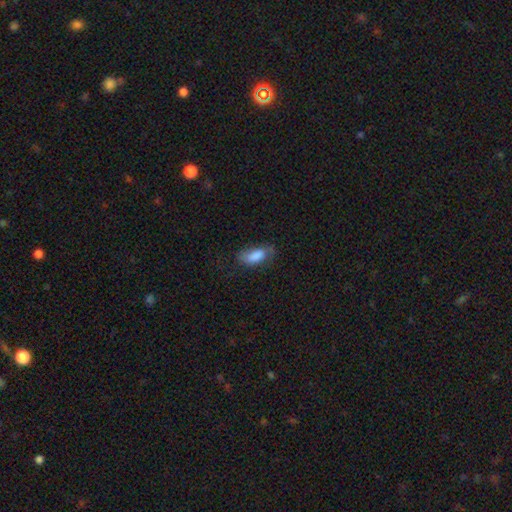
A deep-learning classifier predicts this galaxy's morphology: type=smooth (77%); roundness=in between (85%); merging=none (54%).